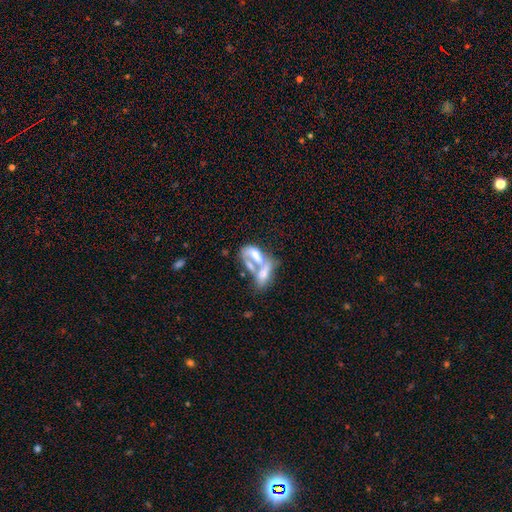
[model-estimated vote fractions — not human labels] Smooth or featured? featured or disk (49%)
Merging? merger (70%)